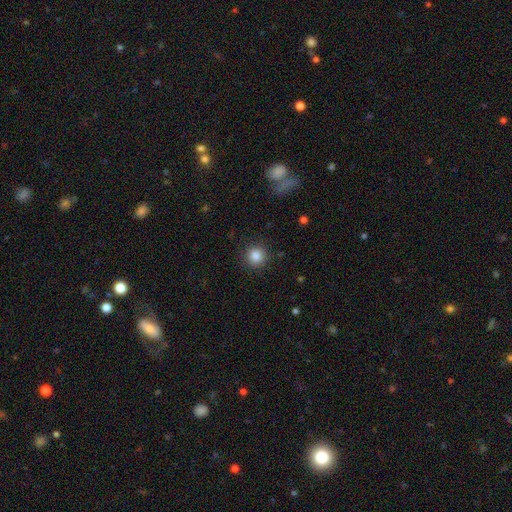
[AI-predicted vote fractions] This appears to be a smooth galaxy with no disk features (85%) that is round (93%). Merging: none (89%).